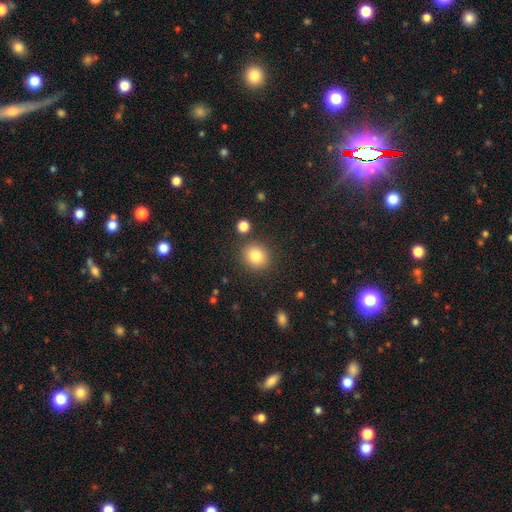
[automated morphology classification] smooth 84%, star or artifact 10%, featured or disk 6%. Down the decision tree: how rounded — round (80%); merging — none (84%).